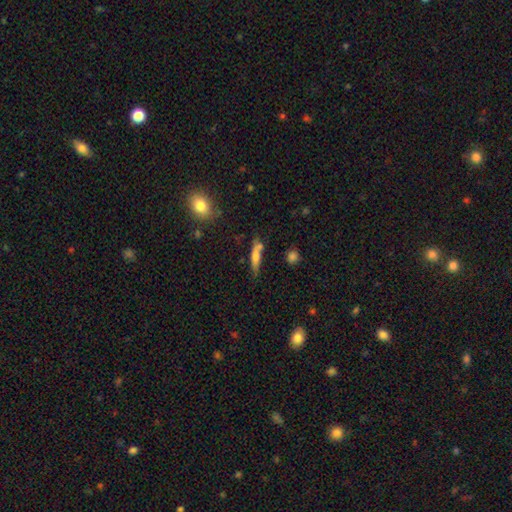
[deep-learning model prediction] This is possibly a smooth galaxy (59%). How rounded: likely cigar-shaped (77%). Merging: likely none (62%).